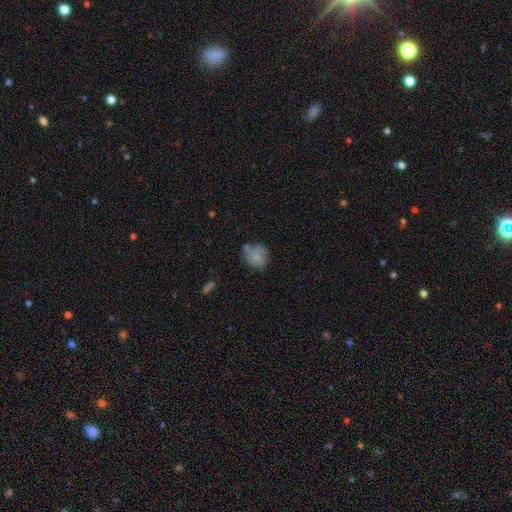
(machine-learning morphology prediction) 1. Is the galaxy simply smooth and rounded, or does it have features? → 64% smooth, 27% featured or disk, 9% star or artifact.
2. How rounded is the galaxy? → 70% round, 29% in between, 1% cigar-shaped.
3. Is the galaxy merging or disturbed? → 50% none, 26% minor disturbance, 13% merger, 11% major disturbance.